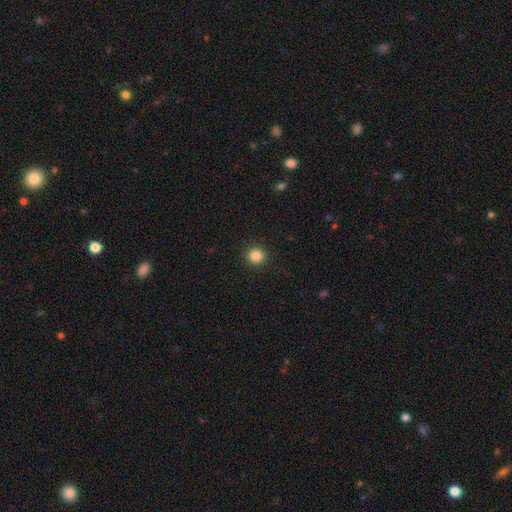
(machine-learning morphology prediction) Smooth or featured?
  - smooth: 85% *
  - star or artifact: 11%
  - featured or disk: 4%
How rounded?
  - round: 94% *
  - in between: 5%
  - cigar-shaped: 1%
Merging?
  - none: 92% *
  - minor disturbance: 5%
  - major disturbance: 2%
  - merger: 1%